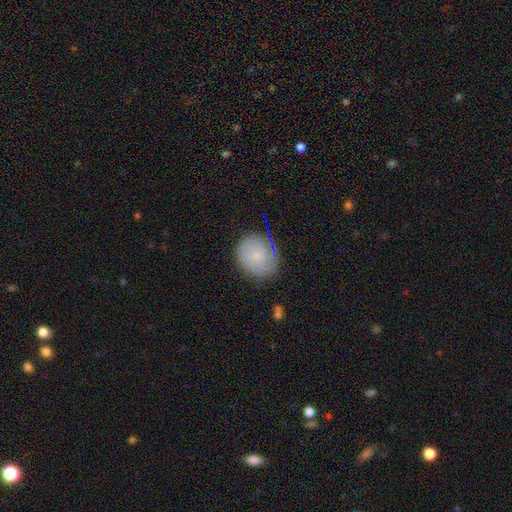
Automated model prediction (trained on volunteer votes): smooth_or_featured: smooth (p=0.68) [alt: featured or disk p=0.24]
how_rounded: round (p=0.69) [alt: in between p=0.30]
merging: none (p=0.69) [alt: minor disturbance p=0.21]